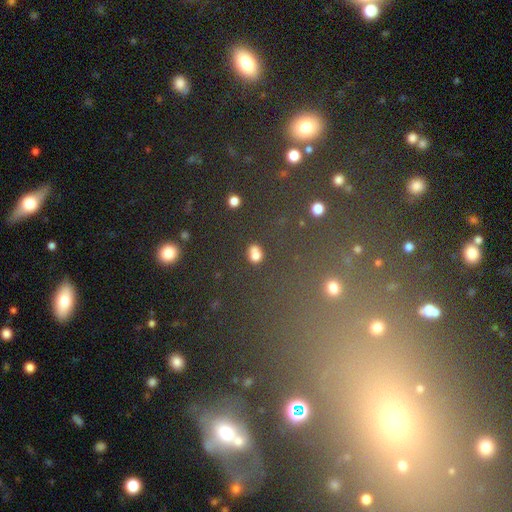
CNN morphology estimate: The model was most divided on "how rounded": in between: 58%, round: 40%, cigar-shaped: 2%. More confident: smooth or featured — smooth (76%); merging — none (70%).